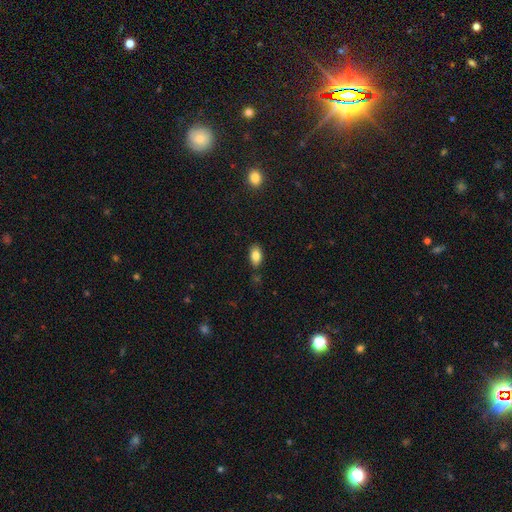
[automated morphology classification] A smooth galaxy with no disk features (83%) that is in between round and cigar-shaped (91%). Merging: none (81%).